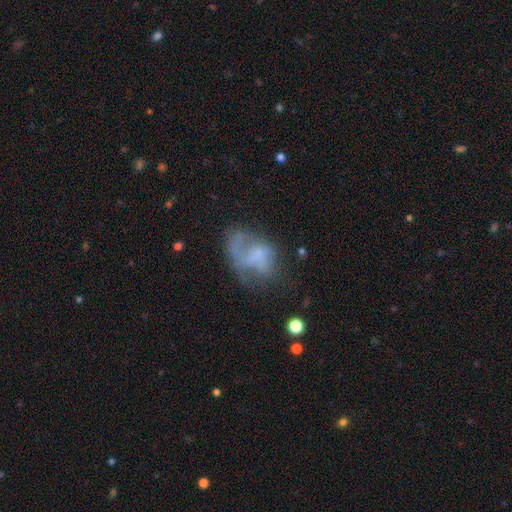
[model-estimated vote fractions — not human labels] This appears to be a featured or disk galaxy (45%). Merging: major disturbance (38%).